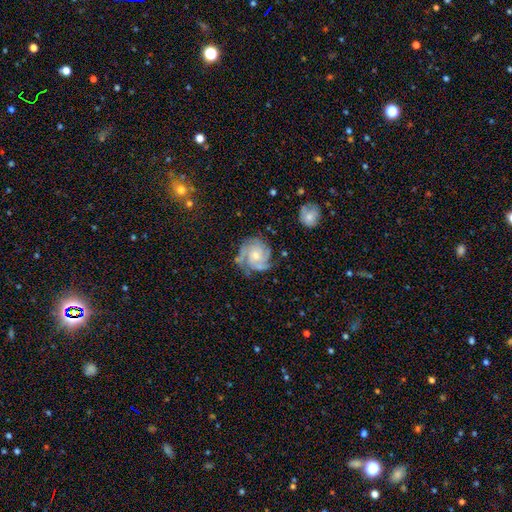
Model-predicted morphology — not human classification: This is clearly a featured or disk galaxy (83%). It is clearly not viewed edge-on (98%). Bar: likely no (76%). Spiral arm pattern: clearly yes (96%). Spiral arm count: marginally 3 (35%). Spiral winding: likely tight (64%). Central bulge: possibly small (49%). Merging: likely none (68%).